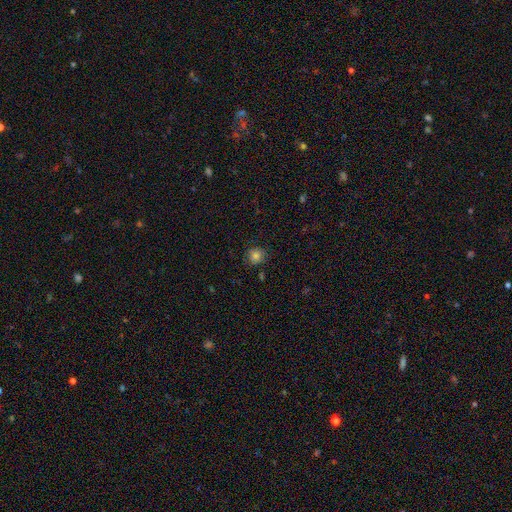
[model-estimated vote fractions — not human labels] smooth-or-featured: smooth: 81% | star or artifact: 12% | featured or disk: 6%
  how-rounded: round: 87% | in between: 13% | cigar-shaped: 1%
  merging: none: 84% | minor disturbance: 12% | major disturbance: 3% | merger: 2%